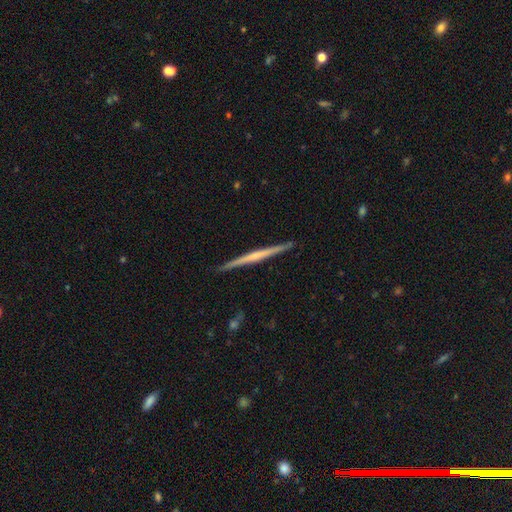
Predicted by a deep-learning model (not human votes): The model was most divided on "edge-on bulge": none: 61%, rounded: 31%, boxy: 8%. More confident: edge-on disk — yes (98%); merging — none (92%); smooth or featured — featured or disk (67%).